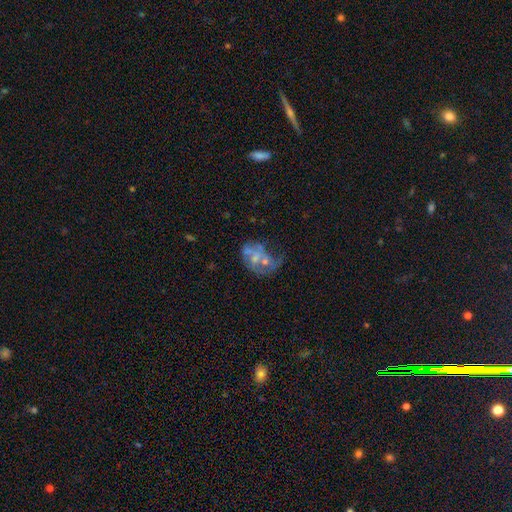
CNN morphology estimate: This appears to be a featured or disk galaxy (61%) with no bar (77%), no spiral arms (61%) and a small central bulge (39%). Merging: major disturbance (33%).